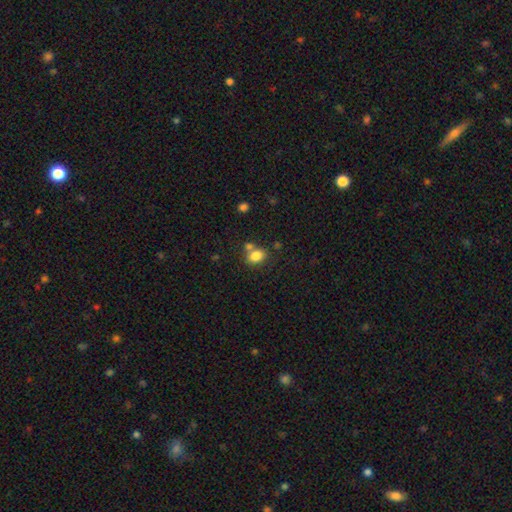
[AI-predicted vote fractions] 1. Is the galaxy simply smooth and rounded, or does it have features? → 82% smooth, 10% star or artifact, 8% featured or disk.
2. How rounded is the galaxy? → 62% in between, 37% round, 1% cigar-shaped.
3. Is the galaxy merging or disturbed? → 56% none, 28% merger, 12% minor disturbance, 4% major disturbance.